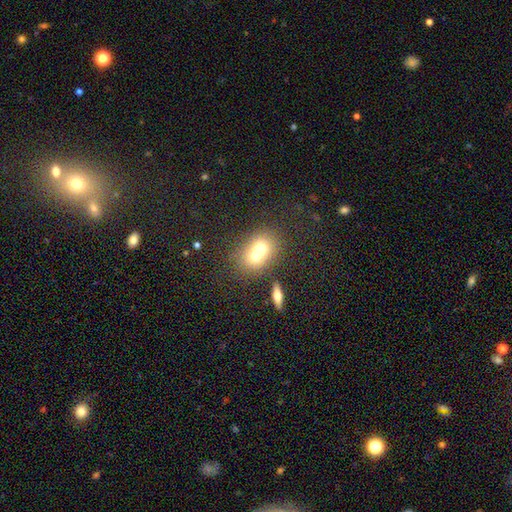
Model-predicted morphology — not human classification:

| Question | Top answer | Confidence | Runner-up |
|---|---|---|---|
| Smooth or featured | smooth | 64% | featured or disk (25%) |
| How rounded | round | 60% | in between (39%) |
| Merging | merger | 69% | none (23%) |